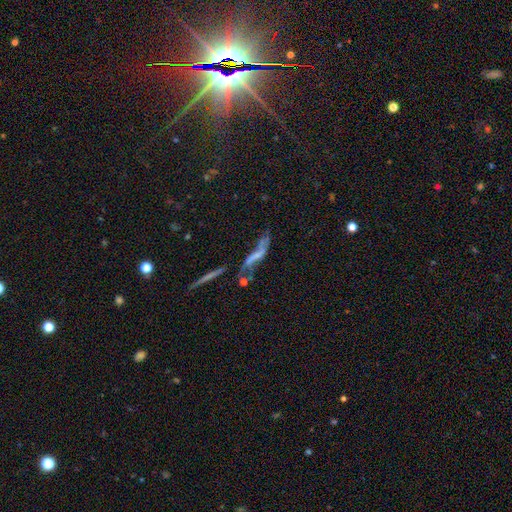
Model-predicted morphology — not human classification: Smooth or featured: featured or disk — 52% (smooth — 32%)
Edge-on disk: no — 67% (yes — 33%)
Merging: major disturbance — 29% (merger — 28%)